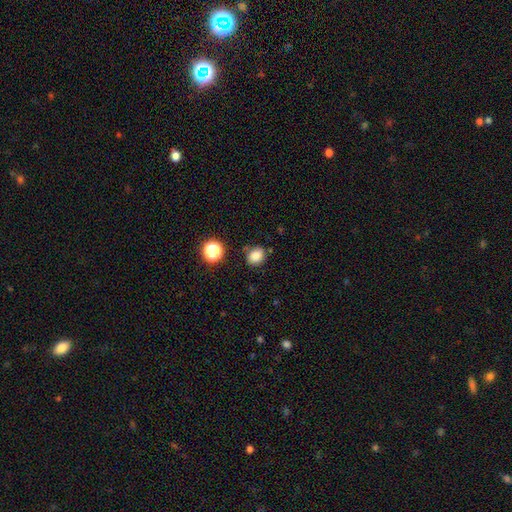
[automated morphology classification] Smooth or featured: smooth — 82% (star or artifact — 13%)
How rounded: round — 64% (in between — 35%)
Merging: none — 76% (minor disturbance — 16%)